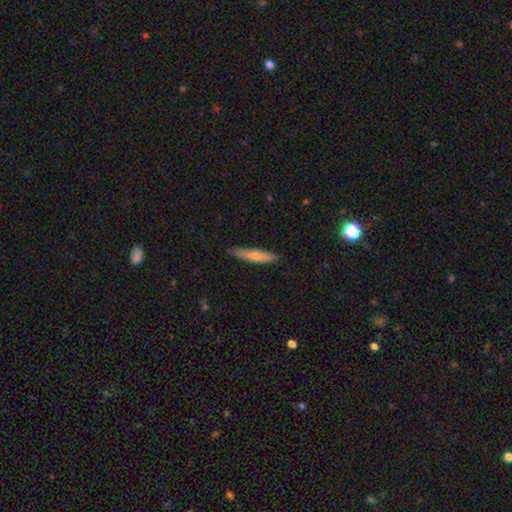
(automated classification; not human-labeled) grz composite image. It shows a smooth galaxy with no disk features (62%) that is cigar-shaped (89%). Merging: none (86%).